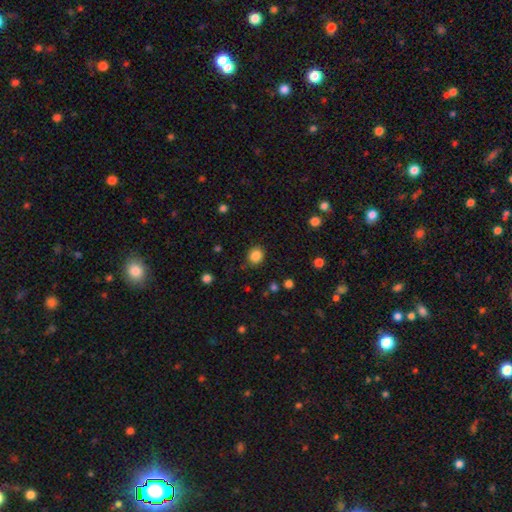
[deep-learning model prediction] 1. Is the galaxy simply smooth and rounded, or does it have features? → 86% smooth, 11% star or artifact, 4% featured or disk.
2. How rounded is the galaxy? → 77% round, 22% in between, 1% cigar-shaped.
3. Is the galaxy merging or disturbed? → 85% none, 10% minor disturbance, 3% major disturbance, 2% merger.